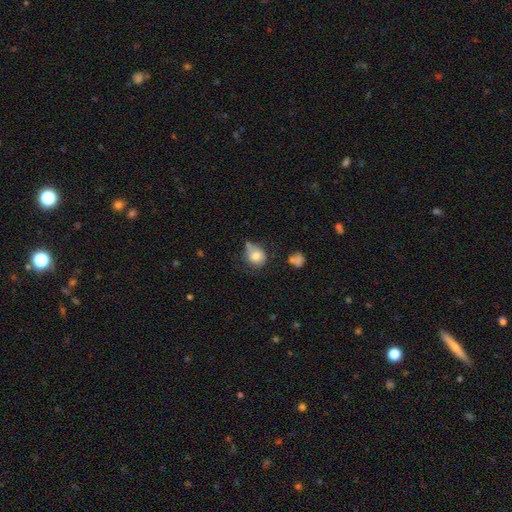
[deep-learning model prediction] Smooth or featured? smooth (77%)
How rounded? round (71%)
Merging? none (46%)